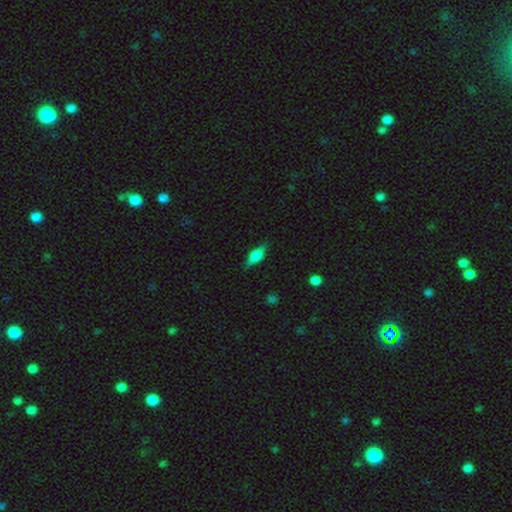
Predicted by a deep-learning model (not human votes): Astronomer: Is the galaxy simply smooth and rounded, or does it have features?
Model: smooth — 58% (runner-up: featured or disk, 34%).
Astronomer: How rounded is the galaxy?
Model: in between — 69%.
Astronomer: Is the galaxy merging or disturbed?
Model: none — 81%.